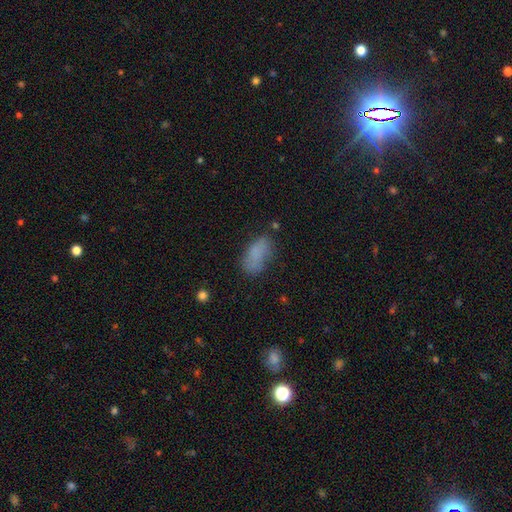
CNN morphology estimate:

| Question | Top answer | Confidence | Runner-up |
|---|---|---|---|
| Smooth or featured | smooth | 77% | featured or disk (12%) |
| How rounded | in between | 90% | cigar-shaped (6%) |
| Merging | none | 60% | minor disturbance (25%) |